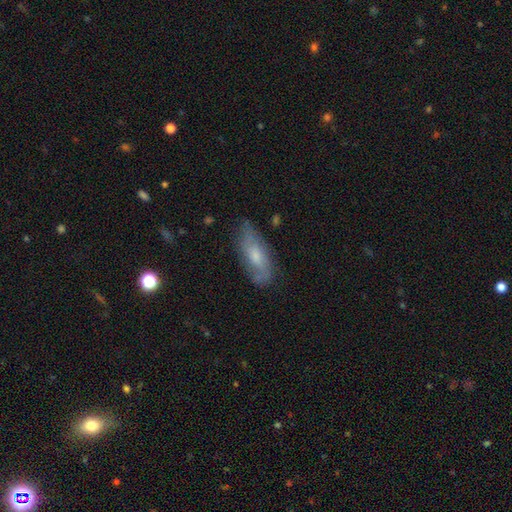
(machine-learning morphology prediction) This appears to be a featured or disk galaxy (47%). Merging: none (70%).